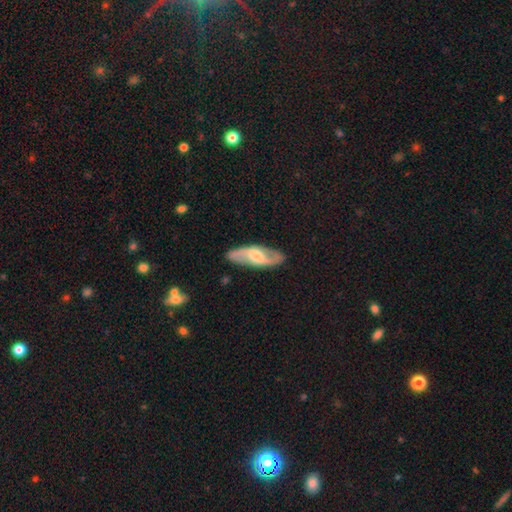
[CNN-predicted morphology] type=featured or disk (74%); edge-on=no (83%); bar=weak (46%); spiral arms=yes (88%); winding=medium (43%); arm count=2 (90%); bulge=moderate (55%); merging=none (85%).